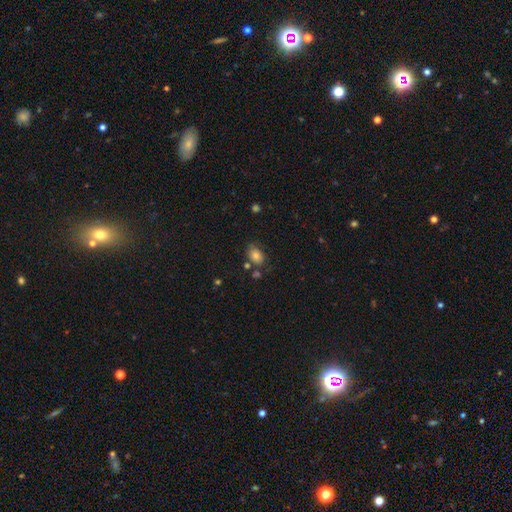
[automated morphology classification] This appears to be a smooth galaxy with no disk features (77%) that is in between round and cigar-shaped (75%). Merging: none (66%).